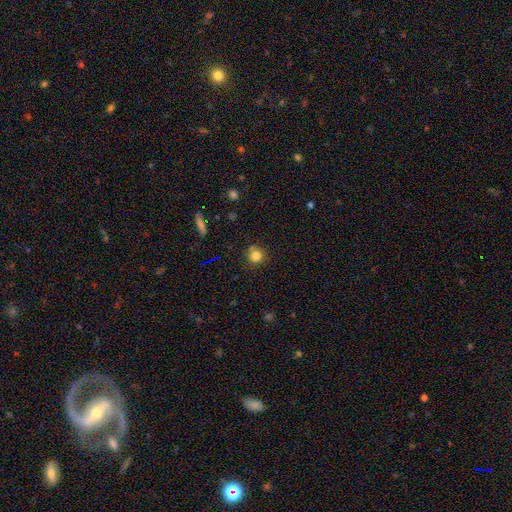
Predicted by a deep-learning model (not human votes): A smooth galaxy with no disk features (81%) that is round (91%). Merging: none (79%).